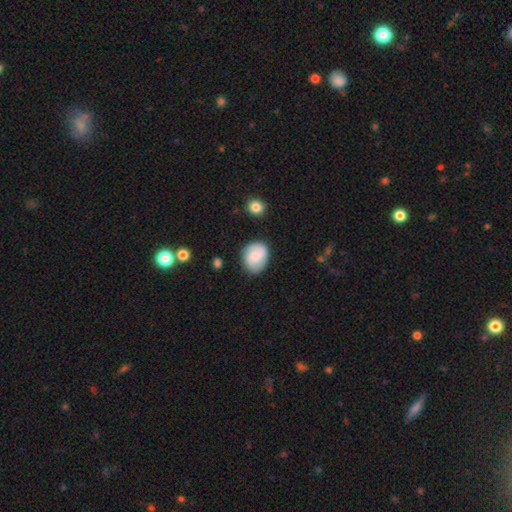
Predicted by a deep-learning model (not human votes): smooth 73%, featured or disk 20%, star or artifact 8%. Down the decision tree: how rounded — round (52%); merging — none (76%).